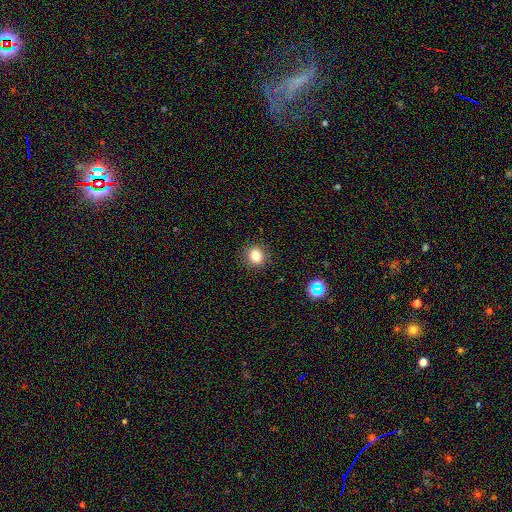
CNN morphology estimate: type=smooth (81%); roundness=round (85%); merging=none (90%).